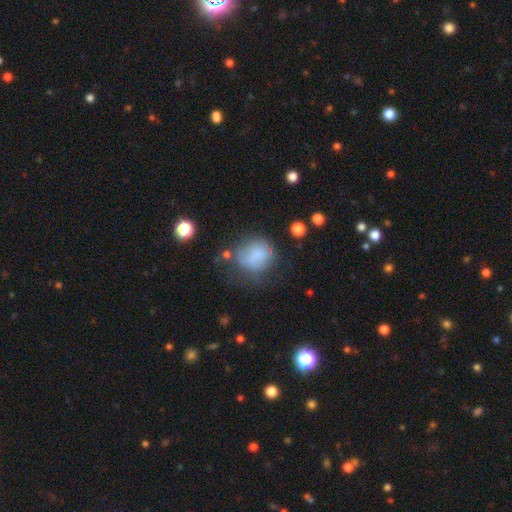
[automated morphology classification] Smooth or featured?
  - smooth: 73% *
  - featured or disk: 16%
  - star or artifact: 10%
How rounded?
  - round: 73% *
  - in between: 26%
  - cigar-shaped: 1%
Merging?
  - none: 45% *
  - minor disturbance: 27%
  - major disturbance: 20%
  - merger: 7%